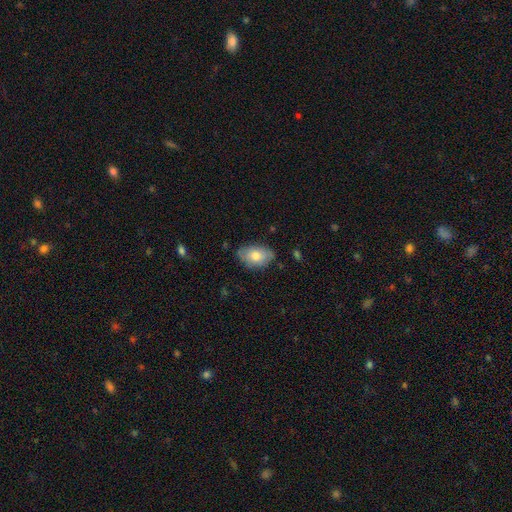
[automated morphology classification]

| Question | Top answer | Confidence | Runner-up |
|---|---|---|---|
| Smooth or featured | smooth | 73% | featured or disk (20%) |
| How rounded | in between | 90% | round (8%) |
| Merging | none | 73% | minor disturbance (22%) |